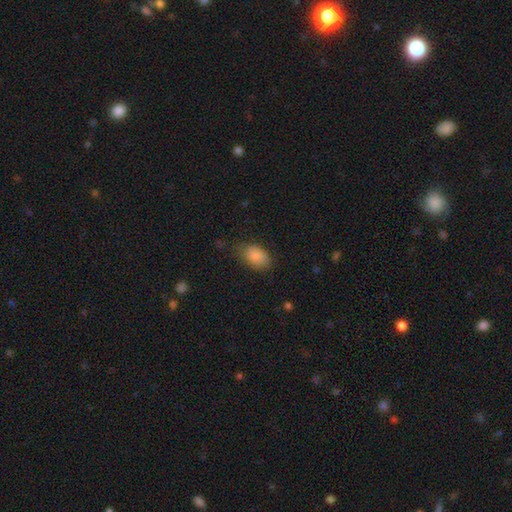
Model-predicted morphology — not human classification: type=smooth (85%); roundness=in between (88%); merging=none (68%).